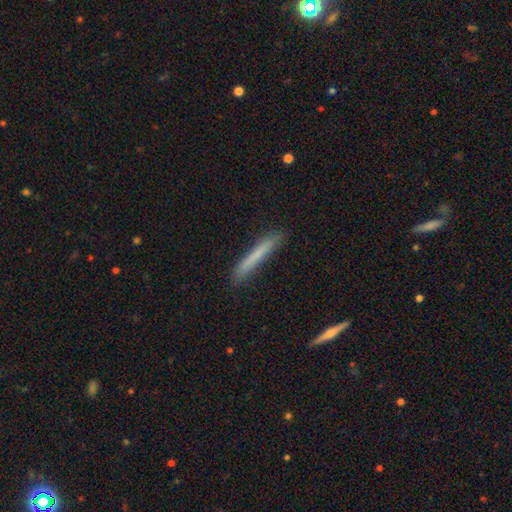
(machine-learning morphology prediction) Smooth or featured? Predicted: smooth (p=0.71). How rounded? Predicted: cigar-shaped (p=0.96). Merging? Predicted: none (p=0.86).